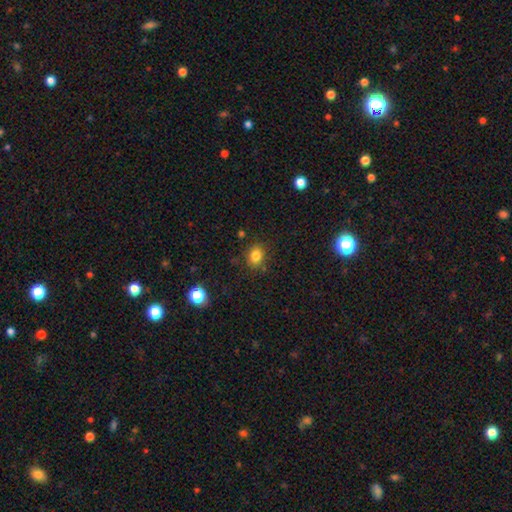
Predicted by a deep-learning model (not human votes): This is clearly a smooth galaxy (82%). How rounded: possibly round (54%). Merging: clearly none (81%).